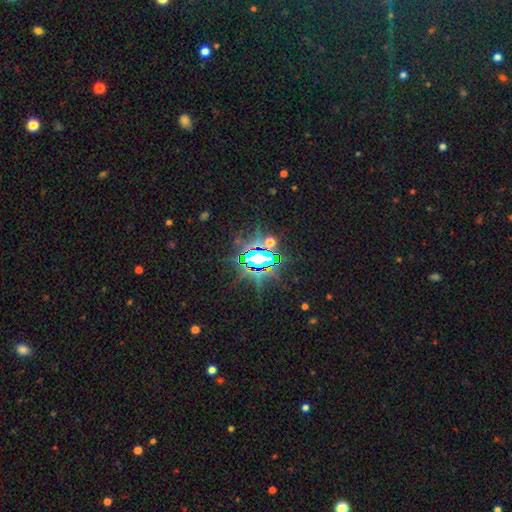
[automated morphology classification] Smooth or featured? star or artifact (78%)